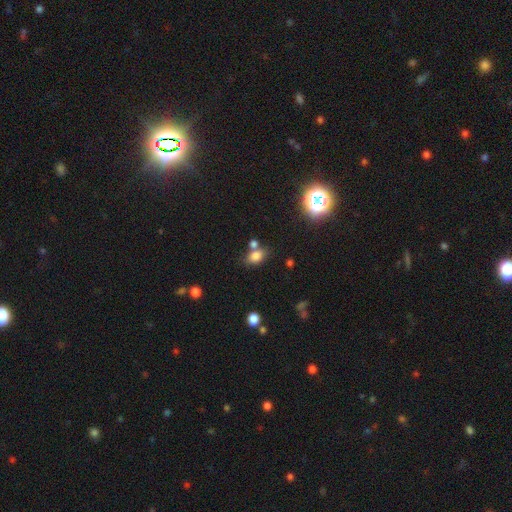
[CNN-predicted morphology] Smooth or featured? Predicted: smooth (p=0.77). How rounded? Predicted: in between (p=0.79). Merging? Predicted: none (p=0.59).